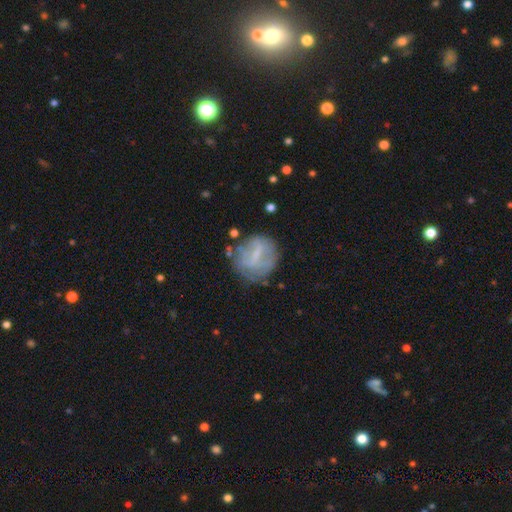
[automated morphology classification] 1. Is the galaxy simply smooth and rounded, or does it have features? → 52% featured or disk, 39% smooth, 10% star or artifact.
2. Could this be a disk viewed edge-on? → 96% no, 4% yes.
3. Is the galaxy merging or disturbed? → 61% none, 23% minor disturbance, 13% major disturbance, 4% merger.